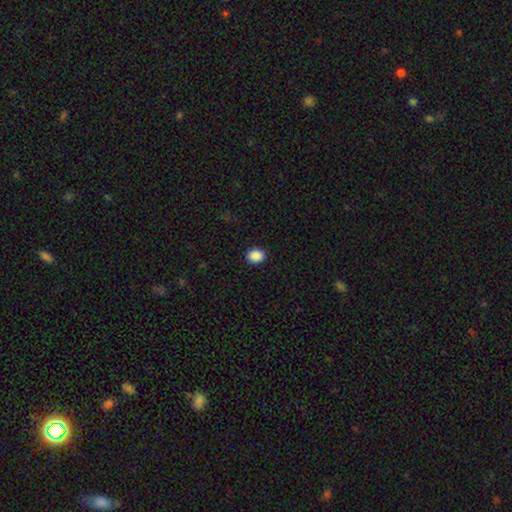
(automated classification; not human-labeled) Smooth or featured? smooth (89%)
How rounded? round (50%)
Merging? none (91%)